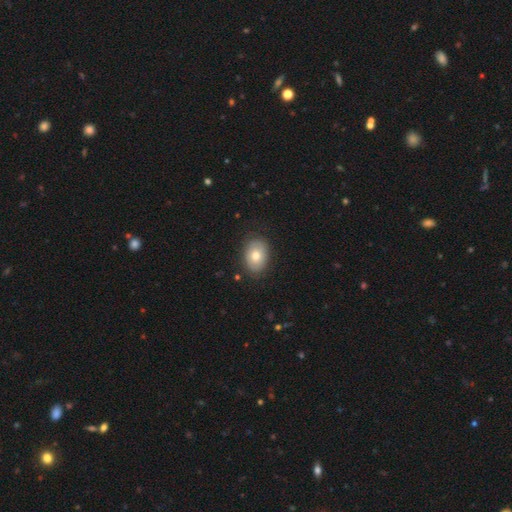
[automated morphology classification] type=smooth (71%); roundness=in between (70%); merging=none (82%).